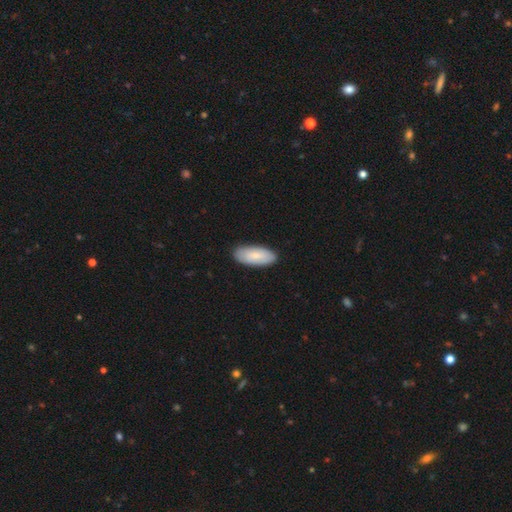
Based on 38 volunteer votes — smooth-or-featured: smooth: 76% | featured or disk: 16% | star or artifact: 8%
  how-rounded: in between: 93% | round: 3% | cigar-shaped: 3%
  merging: none: 86% | minor disturbance: 9% | major disturbance: 6% | merger: 0%